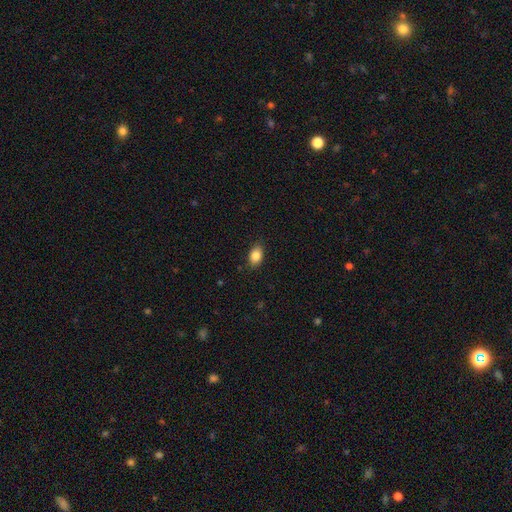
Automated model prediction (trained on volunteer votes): Smooth or featured? smooth (86%)
How rounded? in between (85%)
Merging? none (86%)